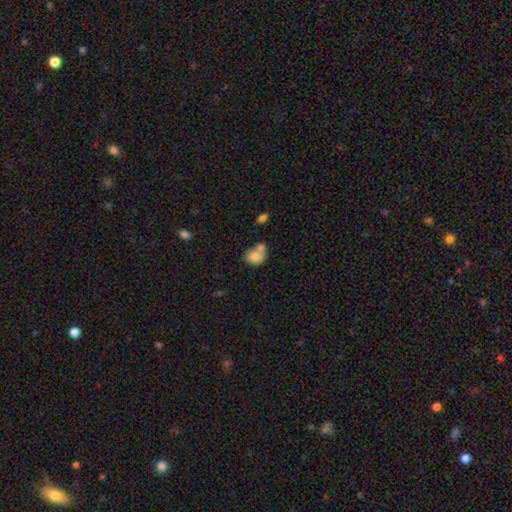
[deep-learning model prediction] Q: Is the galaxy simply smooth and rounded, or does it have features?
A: smooth — 78%.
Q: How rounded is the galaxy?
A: round — 53%.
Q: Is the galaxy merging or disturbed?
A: merger — 50%.